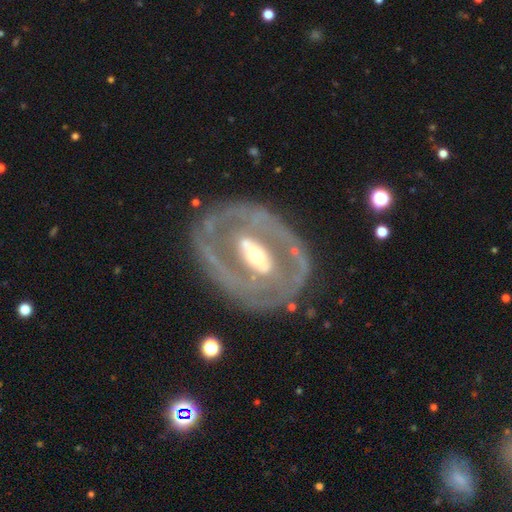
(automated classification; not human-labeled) smooth-or-featured: featured or disk: 82% | smooth: 13% | star or artifact: 5%
  disk-edge-on: no: 94% | yes: 6%
    bar: strong: 43% | weak: 32% | no: 25%
    has-spiral-arms: yes: 53% | no: 47%
    bulge-size: moderate: 56% | small: 32% | large: 9% | none: 2% | dominant: 2%
  merging: none: 72% | minor disturbance: 16% | major disturbance: 9% | merger: 2%